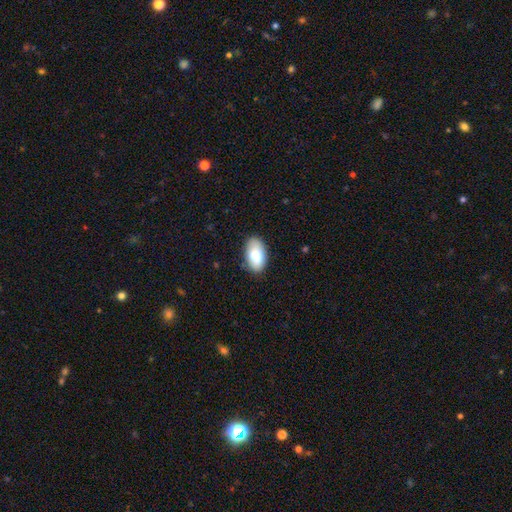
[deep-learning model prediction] A smooth galaxy with no disk features (78%) that is in between round and cigar-shaped (94%).

Vote fractions:
- Smooth or featured? smooth: 78% / featured or disk: 15% / star or artifact: 7%
- How rounded? in between: 94% / round: 4% / cigar-shaped: 2%
- Merging? none: 81% / minor disturbance: 15% / major disturbance: 3% / merger: 1%